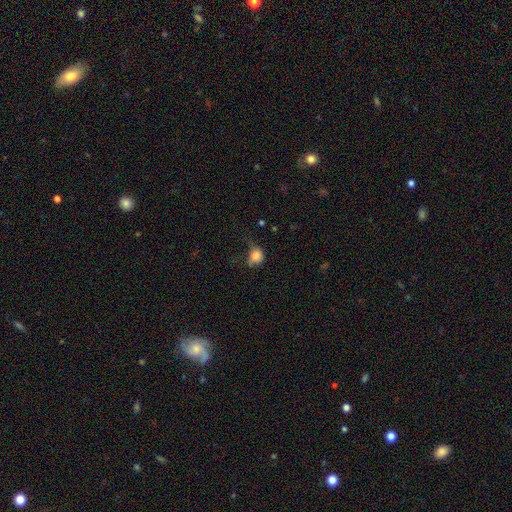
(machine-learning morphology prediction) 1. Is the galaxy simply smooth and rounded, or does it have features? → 80% smooth, 11% star or artifact, 9% featured or disk.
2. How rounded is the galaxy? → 66% round, 33% in between, 1% cigar-shaped.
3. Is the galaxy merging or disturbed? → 35% none, 33% minor disturbance, 29% major disturbance, 3% merger.